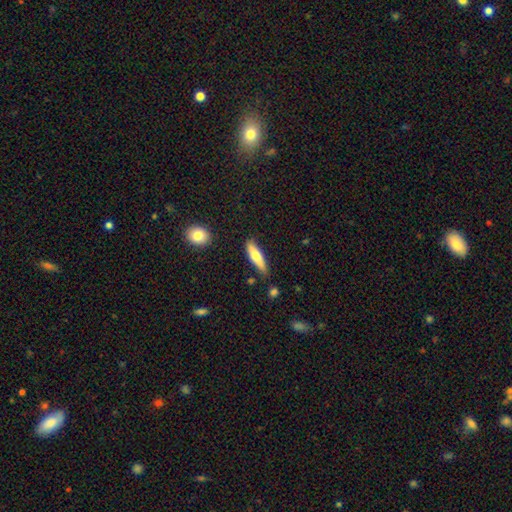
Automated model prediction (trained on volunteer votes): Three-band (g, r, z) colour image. It shows a smooth galaxy with no disk features (65%) that is cigar-shaped (66%). Merging: none (80%).